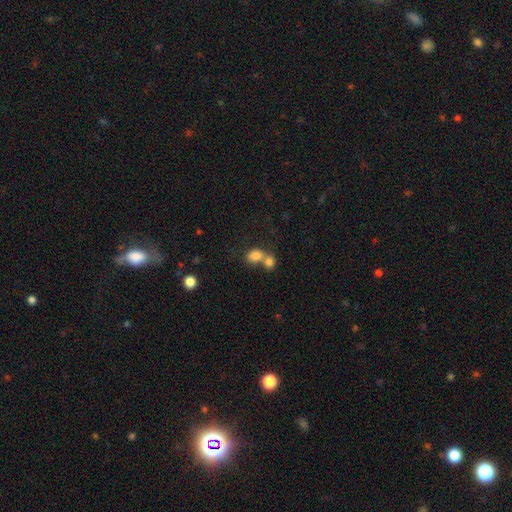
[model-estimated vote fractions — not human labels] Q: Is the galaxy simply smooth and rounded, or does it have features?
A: smooth — 81%.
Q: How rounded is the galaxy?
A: in between — 62%.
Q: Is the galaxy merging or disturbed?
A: merger — 62%.